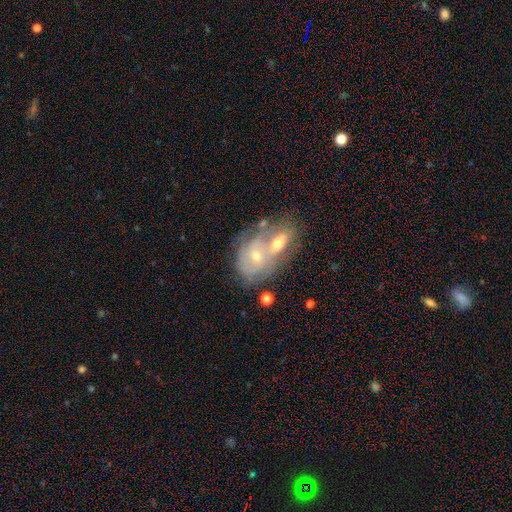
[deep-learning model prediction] Q: Smooth or featured?
A: featured or disk (56%); runner-up: smooth (35%)
Q: Edge-on disk?
A: no (94%); runner-up: yes (6%)
Q: Bar?
A: no (75%); runner-up: weak (20%)
Q: Spiral arms?
A: yes (53%); runner-up: no (47%)
Q: Bulge size?
A: small (51%); runner-up: moderate (44%)
Q: Merging?
A: merger (67%); runner-up: none (20%)